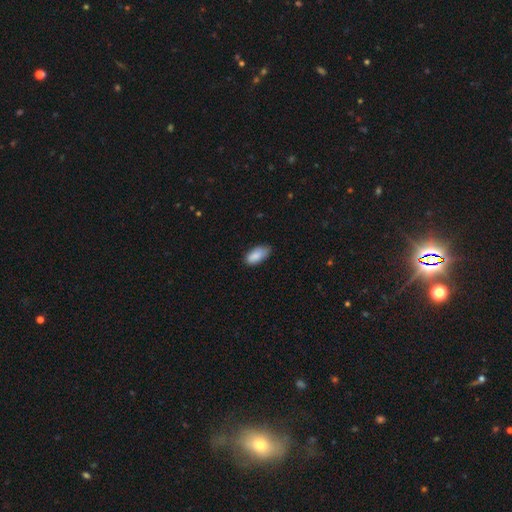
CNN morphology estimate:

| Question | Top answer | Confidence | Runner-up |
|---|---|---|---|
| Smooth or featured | smooth | 87% | featured or disk (7%) |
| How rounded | in between | 89% | cigar-shaped (9%) |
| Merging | none | 74% | minor disturbance (22%) |